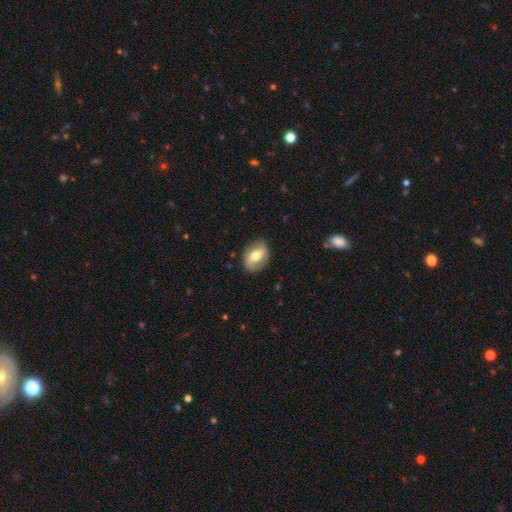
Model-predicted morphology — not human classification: Smooth or featured? smooth (49%)
Merging? none (80%)